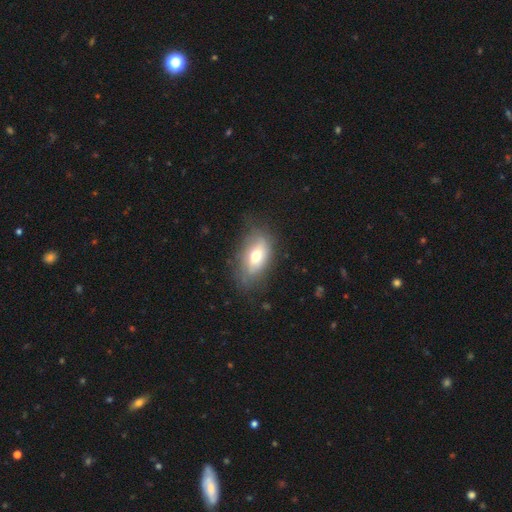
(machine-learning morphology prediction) smooth 60%, featured or disk 32%, star or artifact 8%. Down the decision tree: how rounded — in between (88%); merging — none (68%).